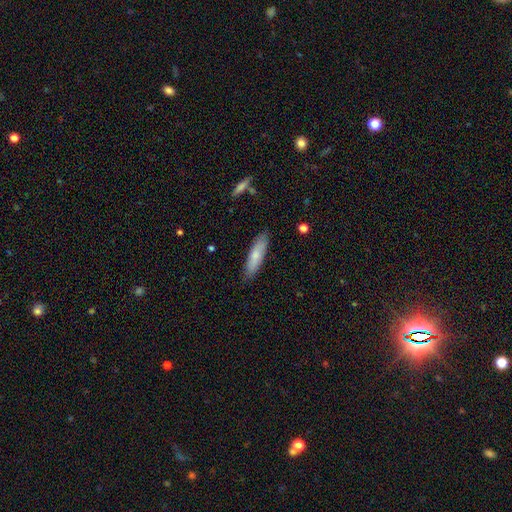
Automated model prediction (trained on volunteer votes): Smooth or featured? Predicted: smooth (p=0.72). How rounded? Predicted: cigar-shaped (p=0.67). Merging? Predicted: none (p=0.85).